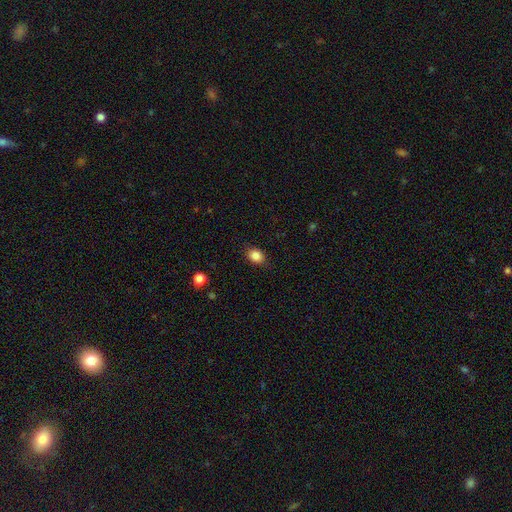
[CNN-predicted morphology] Q: Smooth or featured?
A: smooth (85%); runner-up: star or artifact (10%)
Q: How rounded?
A: in between (63%); runner-up: round (36%)
Q: Merging?
A: none (85%); runner-up: minor disturbance (12%)